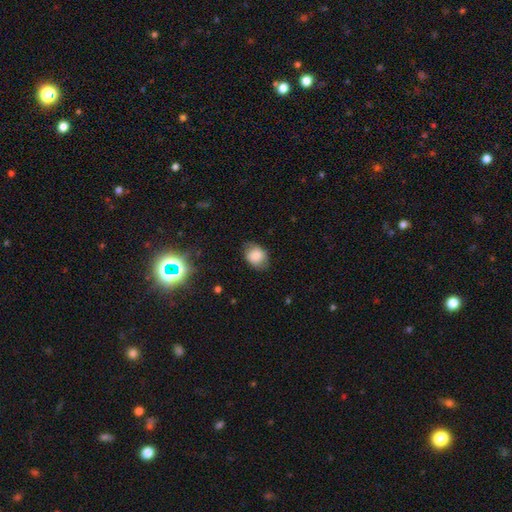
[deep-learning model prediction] Smooth or featured? Predicted: smooth (p=0.79). How rounded? Predicted: in between (p=0.68). Merging? Predicted: none (p=0.71).